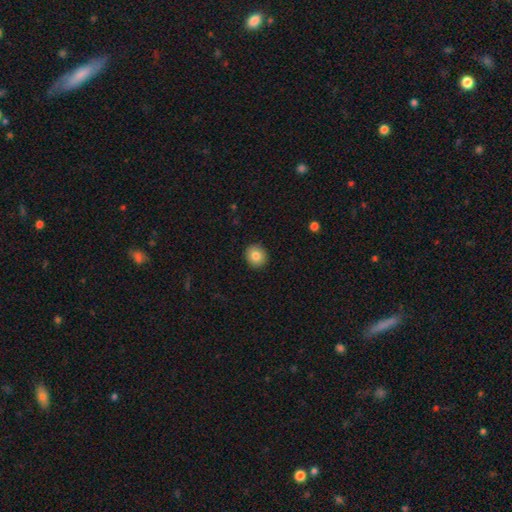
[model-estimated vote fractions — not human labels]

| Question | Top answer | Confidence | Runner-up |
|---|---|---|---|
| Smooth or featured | smooth | 83% | star or artifact (9%) |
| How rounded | round | 87% | in between (12%) |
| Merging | none | 92% | minor disturbance (5%) |